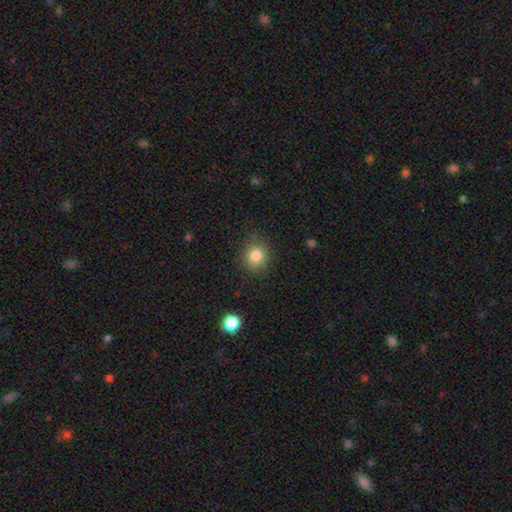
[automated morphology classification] Smooth or featured?
  - smooth: 83% *
  - star or artifact: 11%
  - featured or disk: 6%
How rounded?
  - round: 78% *
  - in between: 21%
  - cigar-shaped: 1%
Merging?
  - none: 83% *
  - minor disturbance: 12%
  - major disturbance: 3%
  - merger: 1%